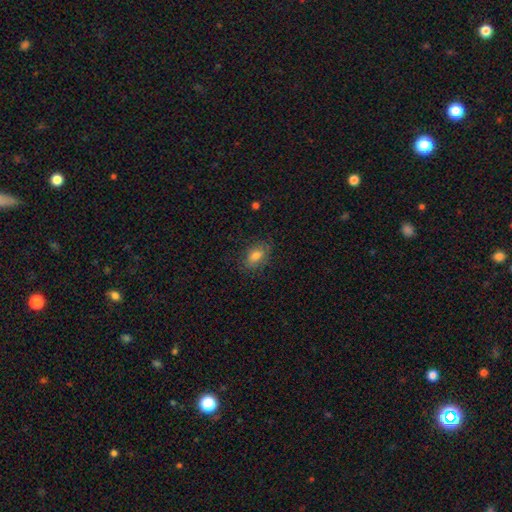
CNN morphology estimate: Overall: smooth (76%). How rounded: in between (85%). Merging: none (77%).